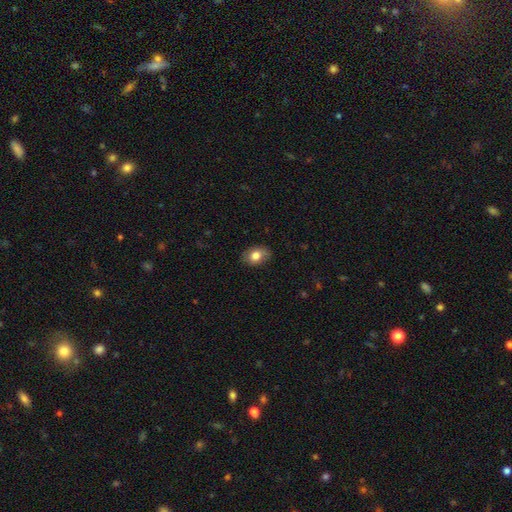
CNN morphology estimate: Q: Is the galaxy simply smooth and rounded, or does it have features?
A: smooth — 79%.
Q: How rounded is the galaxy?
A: in between — 79%.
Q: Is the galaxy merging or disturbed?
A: none — 84%.